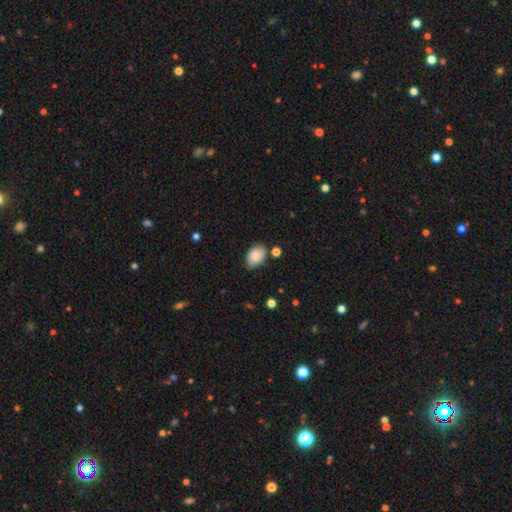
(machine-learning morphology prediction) Smooth or featured: smooth — 87% (star or artifact — 7%)
How rounded: in between — 85% (round — 14%)
Merging: none — 72% (minor disturbance — 19%)